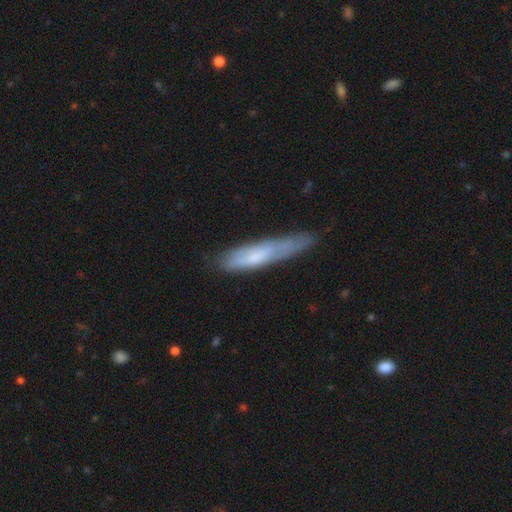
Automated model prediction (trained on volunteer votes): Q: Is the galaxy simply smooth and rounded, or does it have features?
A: smooth — 60%.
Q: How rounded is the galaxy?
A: cigar-shaped — 82%.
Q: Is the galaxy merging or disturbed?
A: none — 59%.